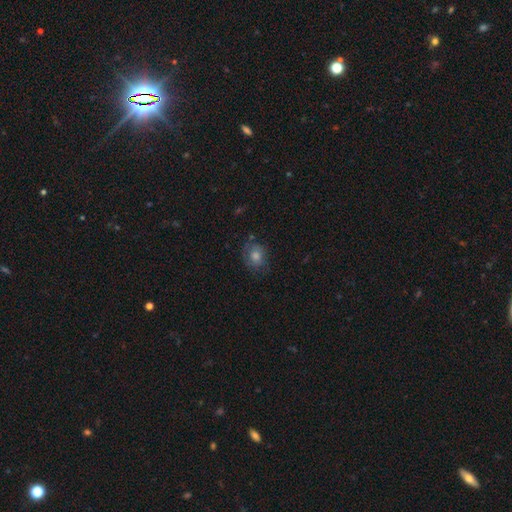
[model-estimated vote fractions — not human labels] This appears to be a smooth galaxy with no disk features (61%) that is round (64%). Merging: none (72%).